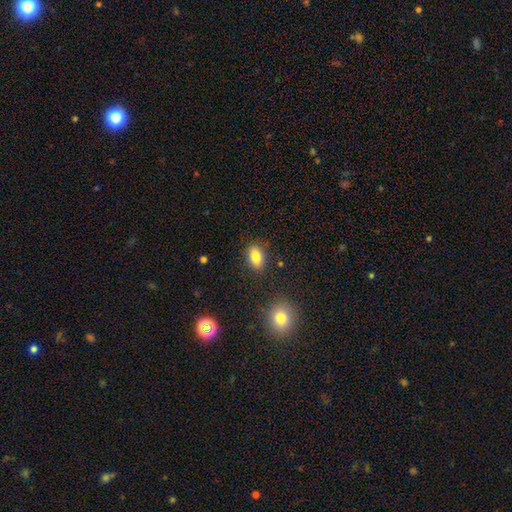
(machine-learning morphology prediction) Smooth or featured?
  - smooth: 83% *
  - star or artifact: 9%
  - featured or disk: 8%
How rounded?
  - in between: 88% *
  - round: 8%
  - cigar-shaped: 4%
Merging?
  - none: 85% *
  - minor disturbance: 10%
  - major disturbance: 3%
  - merger: 2%